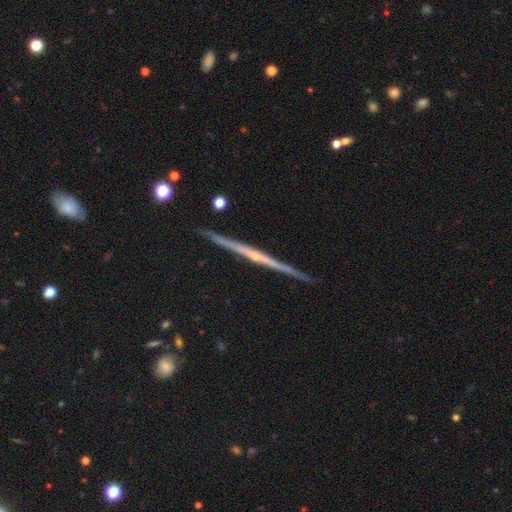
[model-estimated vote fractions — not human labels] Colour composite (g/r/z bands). It shows a featured or disk galaxy (83%) viewed edge-on (98%) with a rounded central bulge (53%). Merging: none (91%).